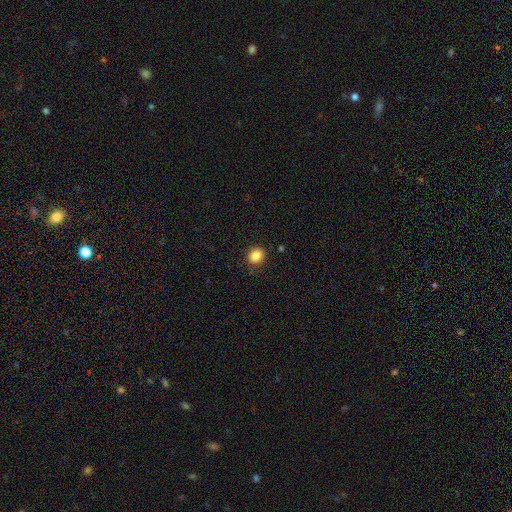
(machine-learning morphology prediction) Smooth or featured: smooth — 87% (star or artifact — 10%)
How rounded: round — 71% (in between — 28%)
Merging: none — 85% (minor disturbance — 10%)